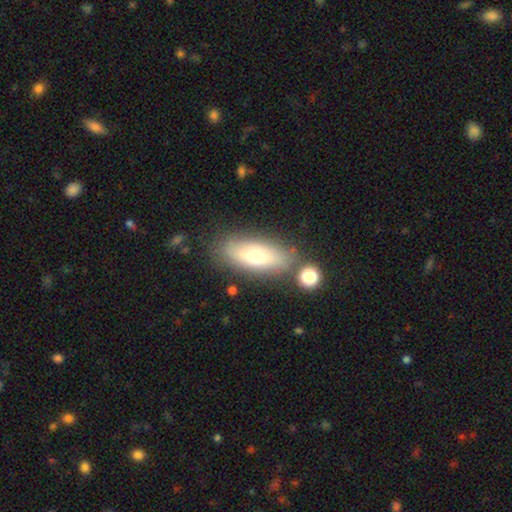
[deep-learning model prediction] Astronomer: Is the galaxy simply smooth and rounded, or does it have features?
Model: smooth — 63%.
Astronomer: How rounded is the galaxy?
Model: in between — 72%.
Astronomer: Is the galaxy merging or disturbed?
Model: none — 76%.